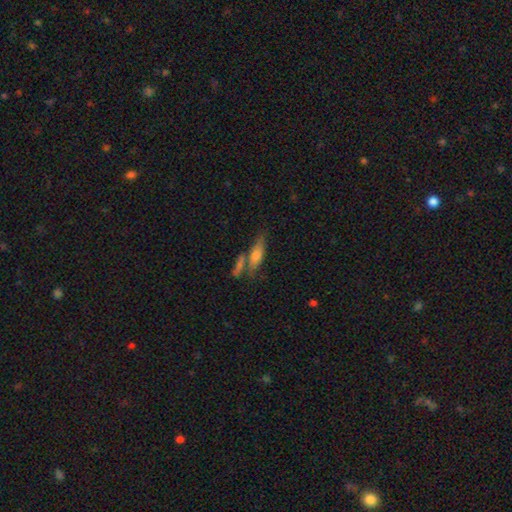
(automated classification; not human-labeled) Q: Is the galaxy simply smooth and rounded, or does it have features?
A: smooth — 56%.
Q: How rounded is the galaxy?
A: cigar-shaped — 61%.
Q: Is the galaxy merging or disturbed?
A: none — 56%.